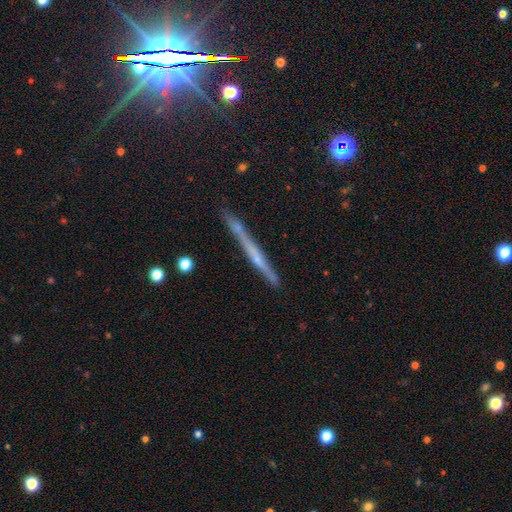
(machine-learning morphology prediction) This appears to be a featured or disk galaxy (57%) viewed edge-on (96%) with no central bulge (70%). Merging: none (80%).